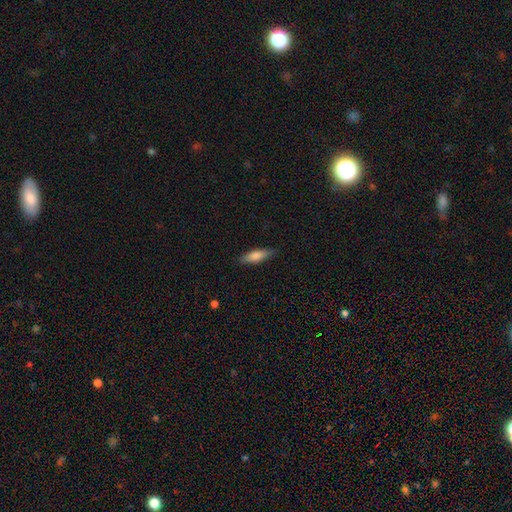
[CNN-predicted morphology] This appears to be a smooth galaxy with no disk features (76%) that is in between round and cigar-shaped (49%, tied with cigar-shaped). Merging: none (85%).